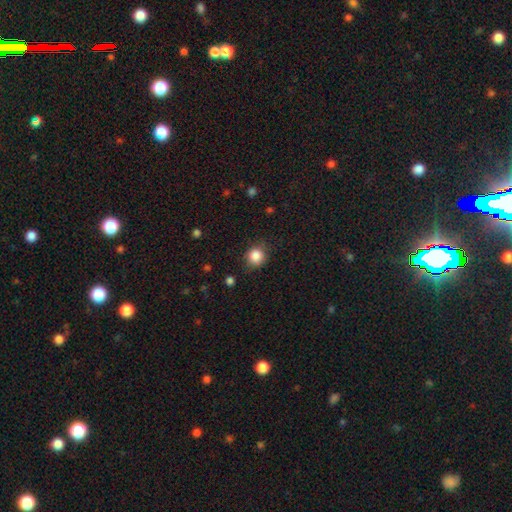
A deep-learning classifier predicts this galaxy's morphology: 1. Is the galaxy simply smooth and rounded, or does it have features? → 86% smooth, 10% star or artifact, 4% featured or disk.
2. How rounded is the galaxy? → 86% round, 13% in between, 1% cigar-shaped.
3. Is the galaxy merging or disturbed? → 79% none, 15% minor disturbance, 4% major disturbance, 1% merger.